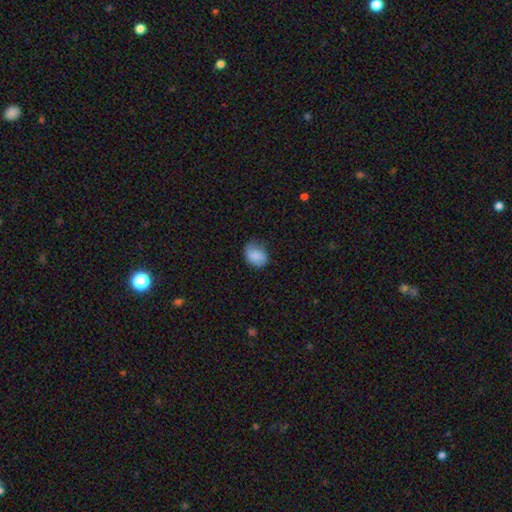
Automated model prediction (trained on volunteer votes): smooth-or-featured: smooth: 82% | featured or disk: 11% | star or artifact: 8%
  how-rounded: in between: 64% | round: 35% | cigar-shaped: 1%
  merging: none: 61% | minor disturbance: 30% | major disturbance: 8% | merger: 1%